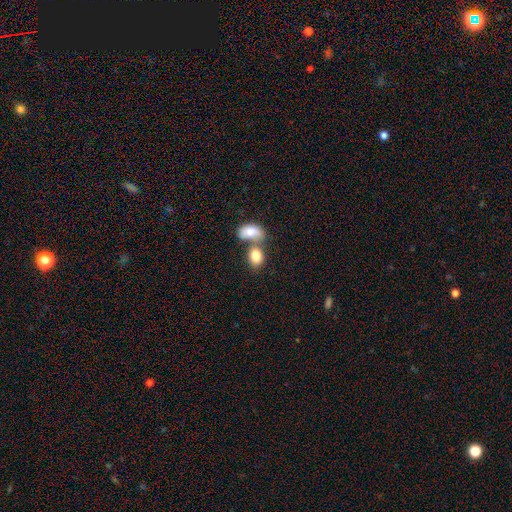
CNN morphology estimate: Smooth or featured: smooth — 83% (featured or disk — 9%)
How rounded: in between — 77% (round — 21%)
Merging: merger — 52% (none — 35%)